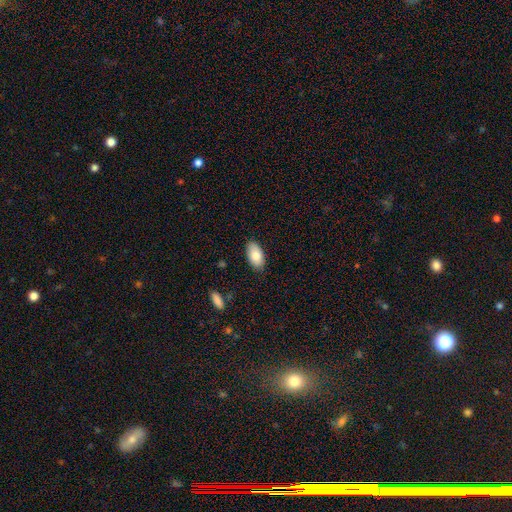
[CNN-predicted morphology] smooth-or-featured: smooth: 80% | featured or disk: 13% | star or artifact: 7%
  how-rounded: in between: 94% | round: 3% | cigar-shaped: 2%
  merging: none: 85% | minor disturbance: 12% | major disturbance: 2% | merger: 1%